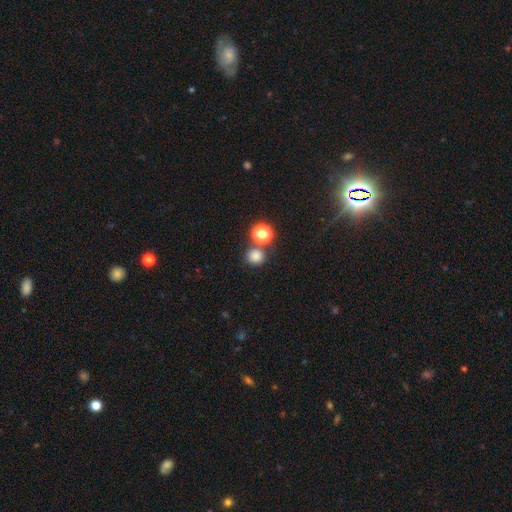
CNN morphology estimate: Q: Smooth or featured?
A: smooth (79%); runner-up: star or artifact (16%)
Q: How rounded?
A: round (89%); runner-up: in between (10%)
Q: Merging?
A: none (71%); runner-up: merger (18%)